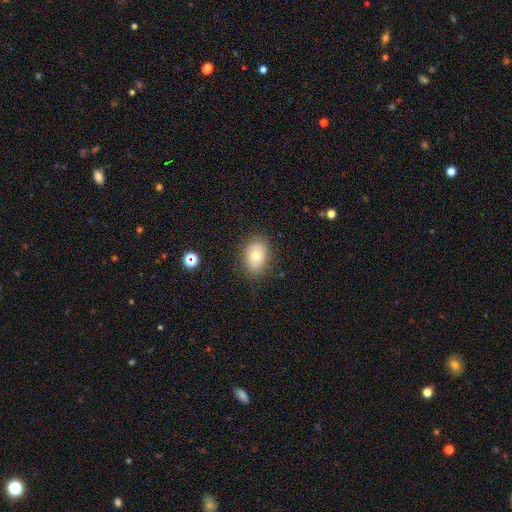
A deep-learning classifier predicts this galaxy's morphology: Smooth or featured? smooth (63%)
How rounded? in between (71%)
Merging? none (81%)